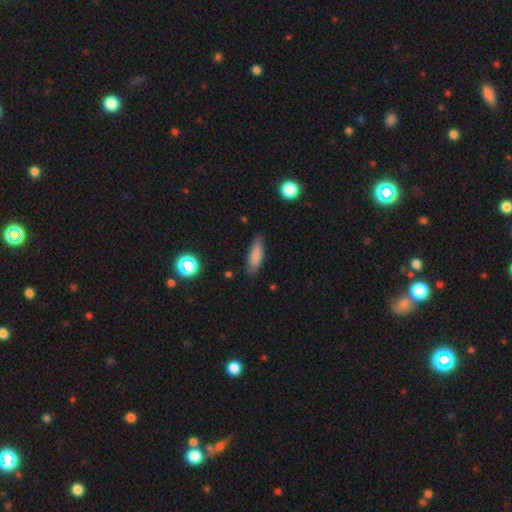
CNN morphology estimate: Smooth or featured? Predicted: smooth (p=0.84). How rounded? Predicted: cigar-shaped (p=0.55). Merging? Predicted: none (p=0.84).